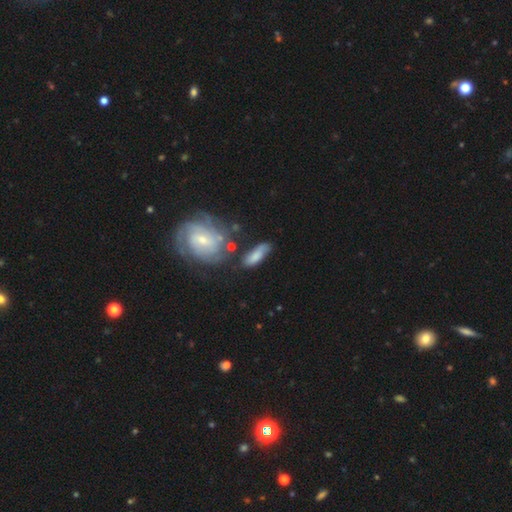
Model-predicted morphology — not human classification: This is likely a smooth galaxy (66%). How rounded: likely in between (60%). Merging: possibly none (56%).